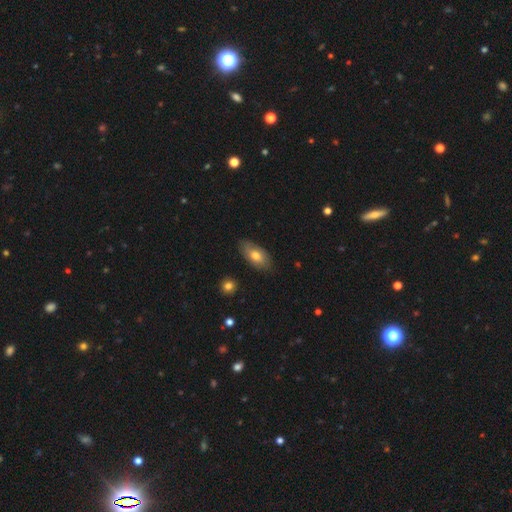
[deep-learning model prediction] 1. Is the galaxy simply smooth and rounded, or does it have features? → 65% smooth, 28% featured or disk, 7% star or artifact.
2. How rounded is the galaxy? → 91% in between, 6% cigar-shaped, 4% round.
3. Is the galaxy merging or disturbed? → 79% none, 16% minor disturbance, 3% major disturbance, 1% merger.